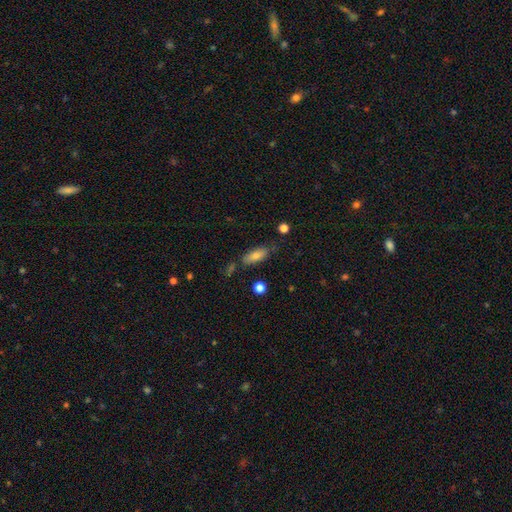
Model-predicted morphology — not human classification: Overall: smooth (81%). How rounded: in between (74%). Merging: none (74%).